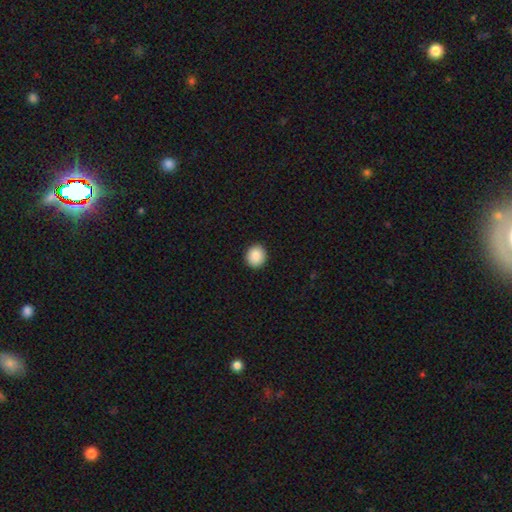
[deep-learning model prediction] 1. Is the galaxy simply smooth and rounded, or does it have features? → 89% smooth, 8% star or artifact, 3% featured or disk.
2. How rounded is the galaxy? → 82% round, 17% in between, 1% cigar-shaped.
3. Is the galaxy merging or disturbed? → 92% none, 5% minor disturbance, 2% major disturbance, 1% merger.